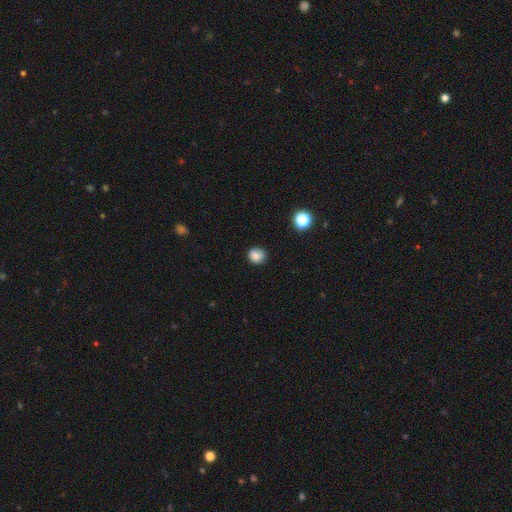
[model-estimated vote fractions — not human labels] This is clearly a smooth galaxy (83%). How rounded: clearly round (84%). Merging: likely none (79%).